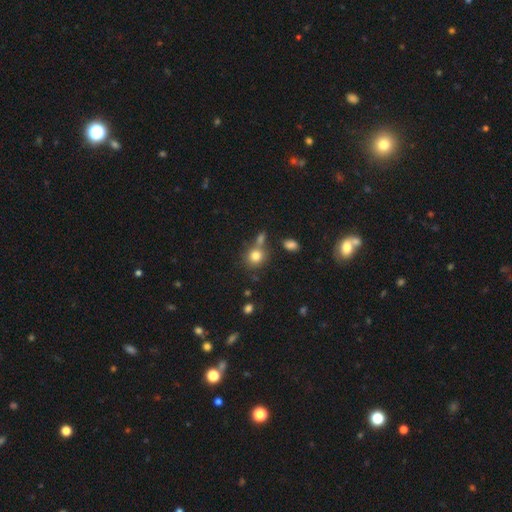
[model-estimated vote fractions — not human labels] This appears to be a smooth galaxy with no disk features (80%) that is round (80%). Merging: none (63%).